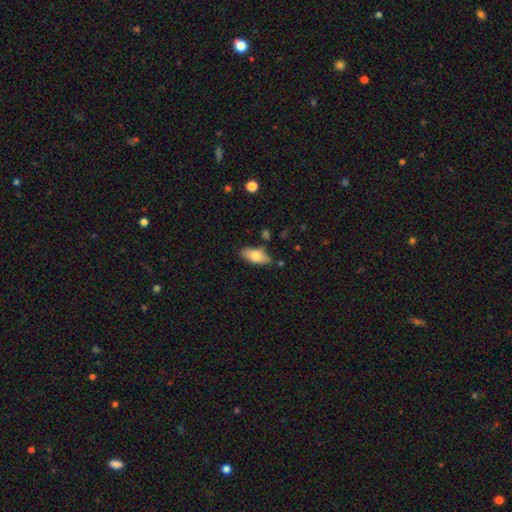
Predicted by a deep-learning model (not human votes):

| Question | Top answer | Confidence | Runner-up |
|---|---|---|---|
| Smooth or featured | smooth | 75% | featured or disk (18%) |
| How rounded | in between | 87% | cigar-shaped (11%) |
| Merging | none | 79% | minor disturbance (15%) |